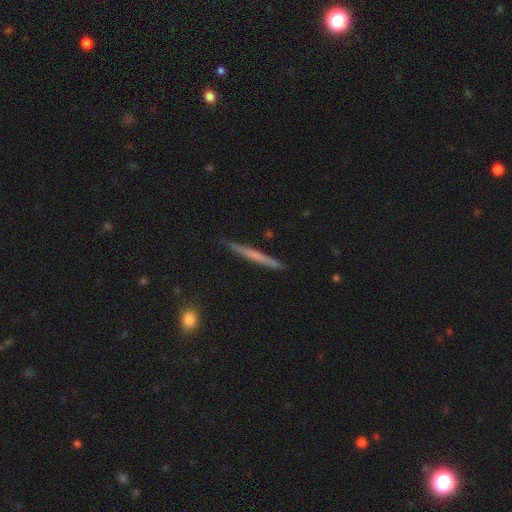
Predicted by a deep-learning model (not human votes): A smooth galaxy with no disk features (50%). Merging: none (88%).